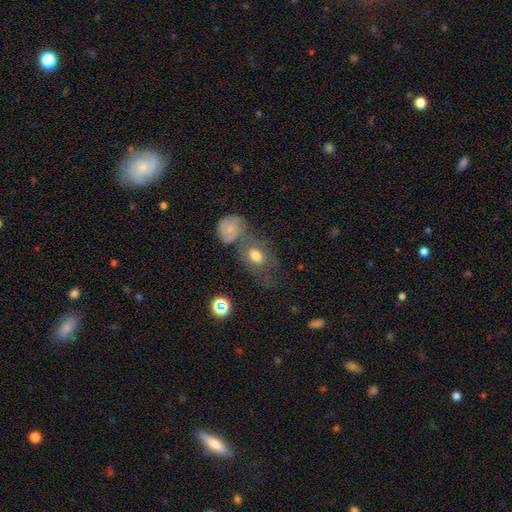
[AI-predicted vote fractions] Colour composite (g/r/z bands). It shows a smooth galaxy with no disk features (52%) that is in between round and cigar-shaped (73%). Merging: merger (34%).